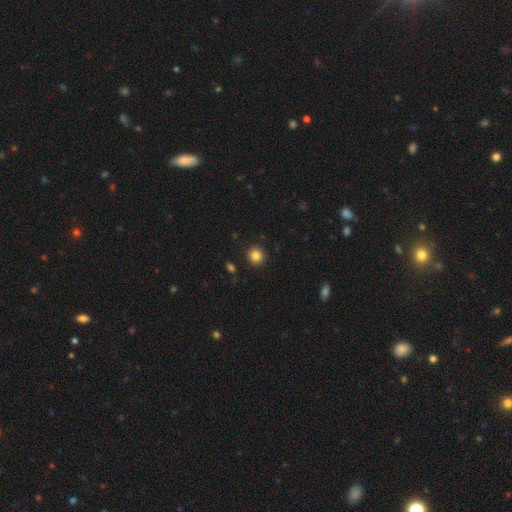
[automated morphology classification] Smooth or featured: smooth — 84% (star or artifact — 11%)
How rounded: round — 90% (in between — 9%)
Merging: none — 91% (minor disturbance — 6%)